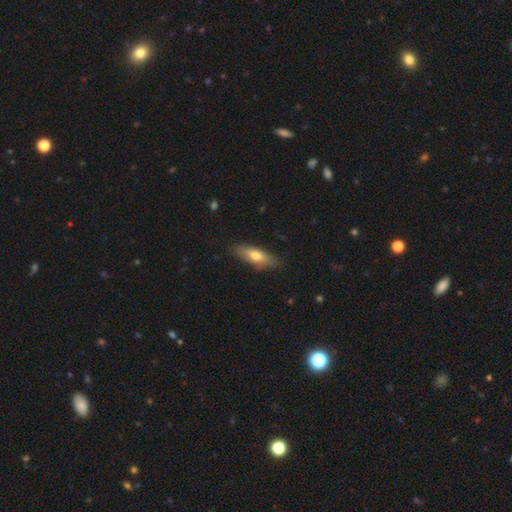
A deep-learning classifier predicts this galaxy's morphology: Overall: smooth (67%). How rounded: in between (58%; cigar-shaped 39%). Merging: none (79%).